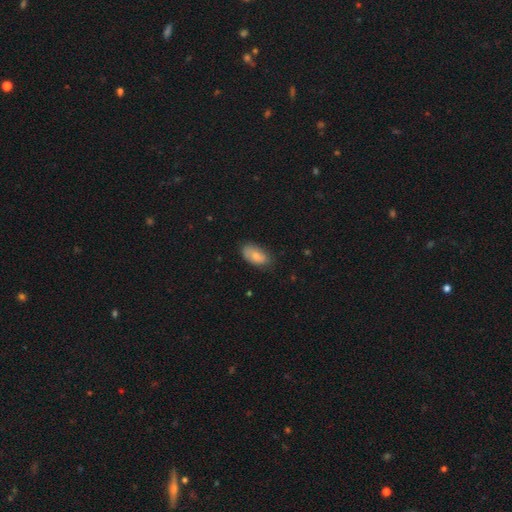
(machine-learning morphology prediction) type=smooth (79%); roundness=in between (93%); merging=none (69%).